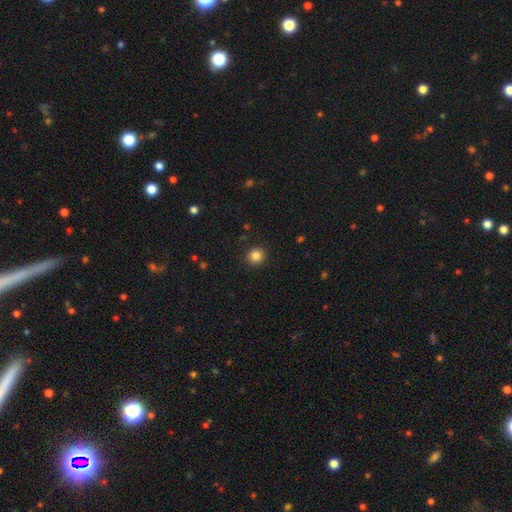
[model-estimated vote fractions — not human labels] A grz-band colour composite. It shows a smooth galaxy with no disk features (84%) that is round (92%). Merging: none (91%).